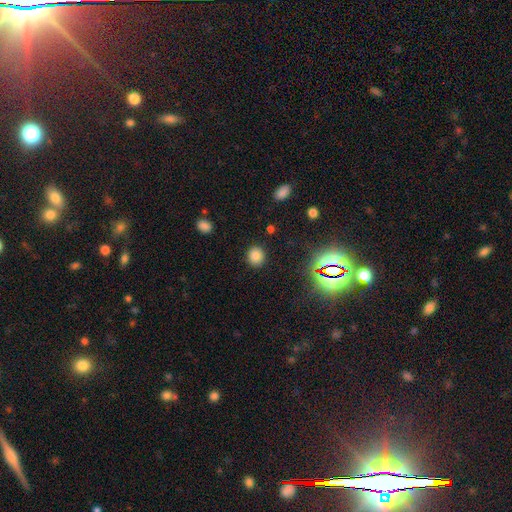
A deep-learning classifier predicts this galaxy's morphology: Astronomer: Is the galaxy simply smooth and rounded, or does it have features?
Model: smooth — 78%.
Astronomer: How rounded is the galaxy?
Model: round — 85%.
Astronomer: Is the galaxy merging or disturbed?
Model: none — 89%.